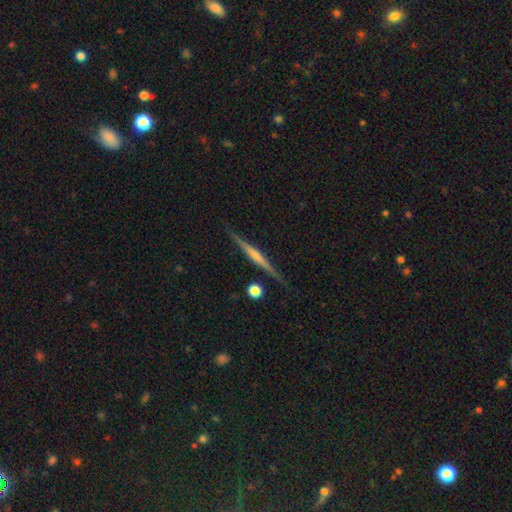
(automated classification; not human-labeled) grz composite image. It shows a featured or disk galaxy (70%) viewed edge-on (98%) with a rounded central bulge (40%, tied with none). Merging: none (88%).